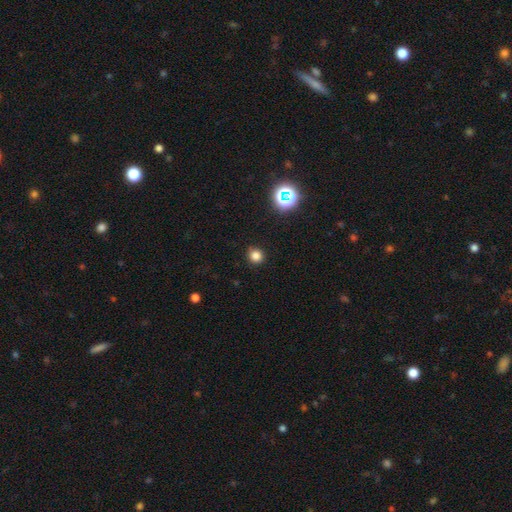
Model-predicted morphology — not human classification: A smooth galaxy with no disk features (79%) that is round (92%). Merging: none (90%).